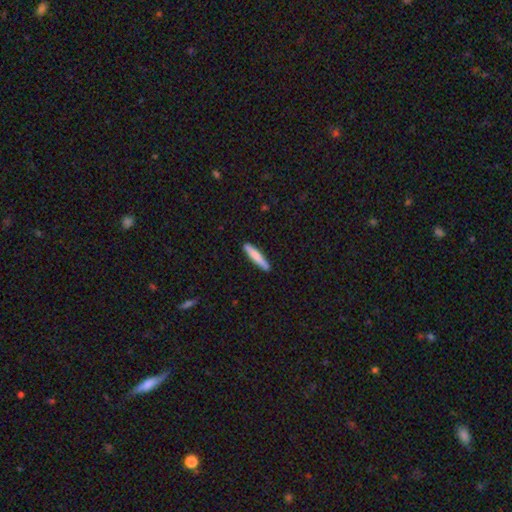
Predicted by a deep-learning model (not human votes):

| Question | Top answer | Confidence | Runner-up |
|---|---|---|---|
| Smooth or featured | smooth | 75% | featured or disk (20%) |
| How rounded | cigar-shaped | 92% | in between (6%) |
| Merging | none | 89% | minor disturbance (8%) |